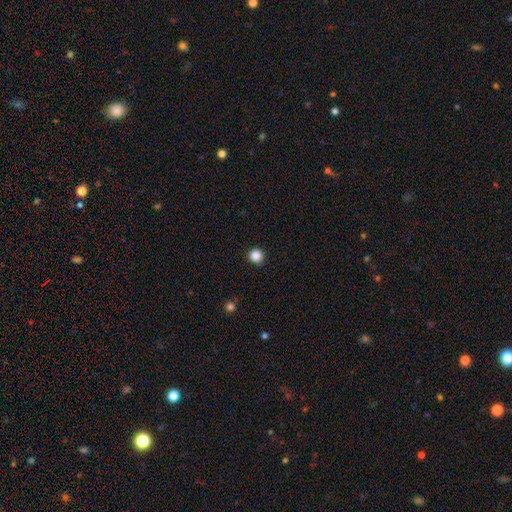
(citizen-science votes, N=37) Q: Smooth or featured?
A: smooth (89%); runner-up: featured or disk (5%)
Q: How rounded?
A: round (91%); runner-up: in between (9%)
Q: Merging?
A: none (86%); runner-up: minor disturbance (11%)